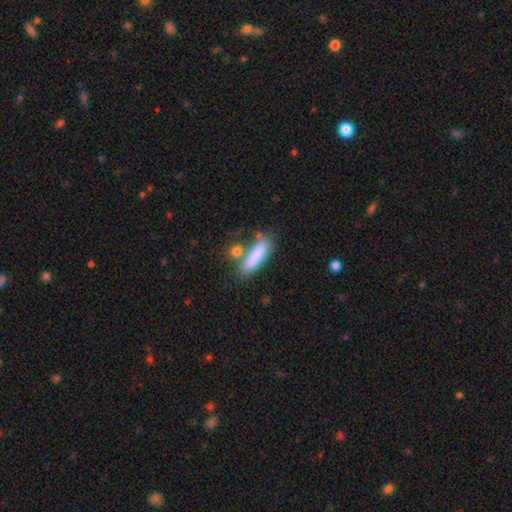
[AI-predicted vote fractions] This is clearly a smooth galaxy (82%). How rounded: likely cigar-shaped (62%). Merging: likely none (61%).